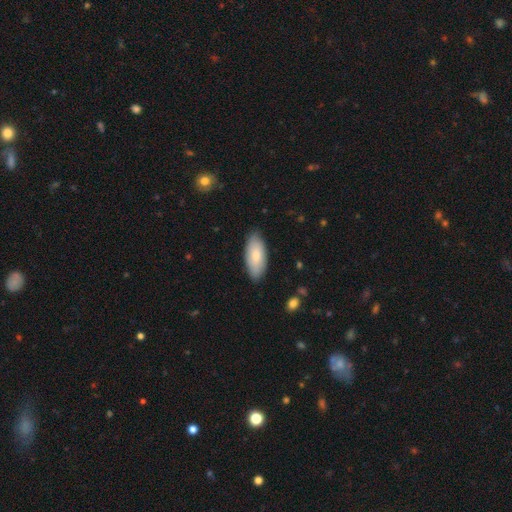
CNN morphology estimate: smooth-or-featured: smooth: 78% | featured or disk: 17% | star or artifact: 5%
  how-rounded: in between: 89% | cigar-shaped: 9% | round: 2%
  merging: none: 84% | minor disturbance: 13% | major disturbance: 2% | merger: 1%